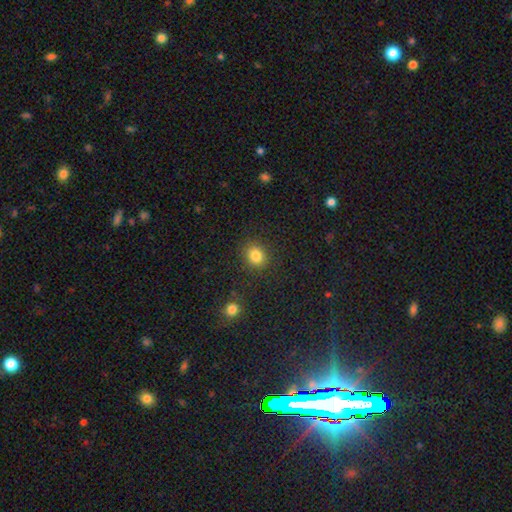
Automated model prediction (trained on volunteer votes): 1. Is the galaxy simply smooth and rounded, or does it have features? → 83% smooth, 12% star or artifact, 5% featured or disk.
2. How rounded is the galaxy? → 74% round, 25% in between, 1% cigar-shaped.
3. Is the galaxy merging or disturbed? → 87% none, 8% minor disturbance, 3% major disturbance, 2% merger.